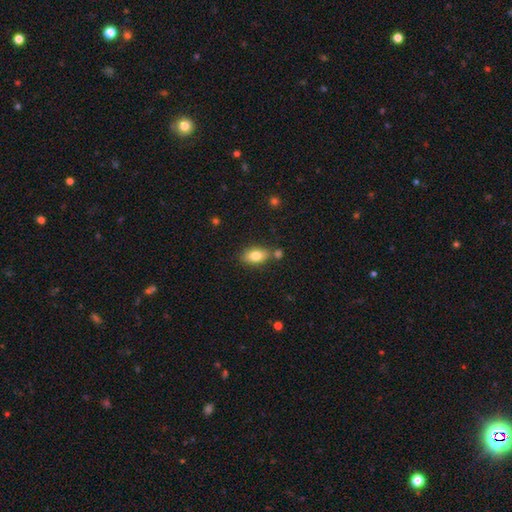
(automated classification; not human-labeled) Smooth or featured?
  - smooth: 80% *
  - featured or disk: 12%
  - star or artifact: 8%
How rounded?
  - in between: 88% *
  - round: 8%
  - cigar-shaped: 4%
Merging?
  - none: 71% *
  - minor disturbance: 13%
  - merger: 12%
  - major disturbance: 3%